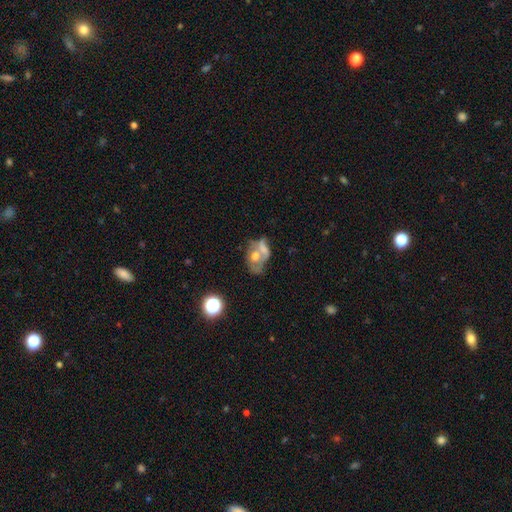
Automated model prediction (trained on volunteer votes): smooth_or_featured: smooth (p=0.45) [alt: featured or disk p=0.43]
merging: merger (p=0.50) [alt: none p=0.19]